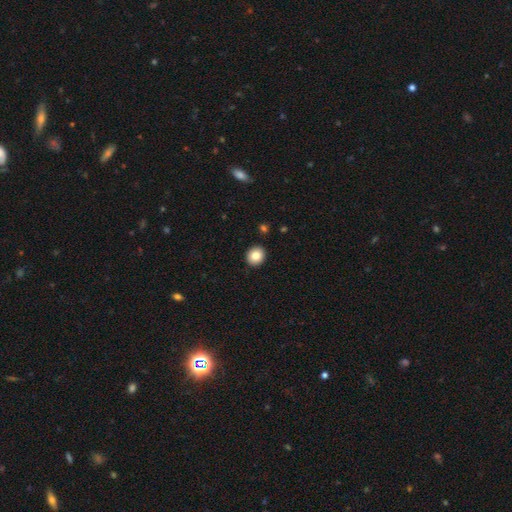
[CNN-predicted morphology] type=smooth (83%); roundness=round (83%); merging=none (92%).